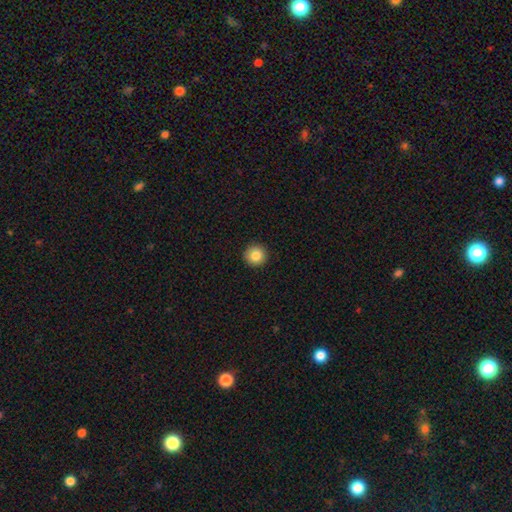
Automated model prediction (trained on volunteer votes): Smooth or featured? smooth (84%)
How rounded? round (95%)
Merging? none (93%)